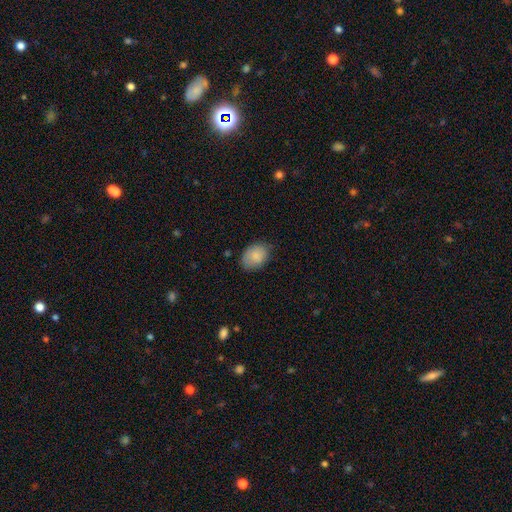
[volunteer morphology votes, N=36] This appears to be a smooth galaxy with no disk features (92%) that is in between round and cigar-shaped (85%). Merging: none (74%).